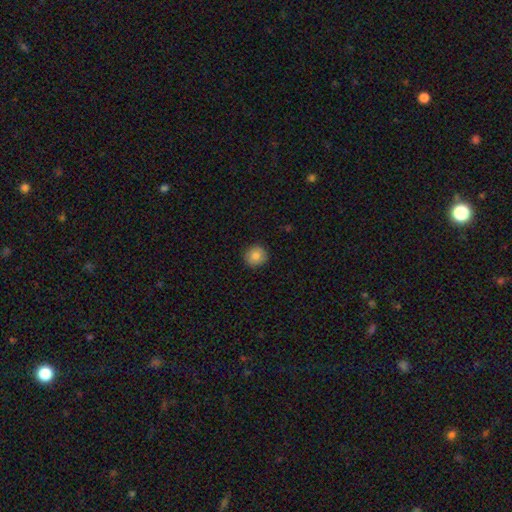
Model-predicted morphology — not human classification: Overall: smooth (83%). How rounded: round (90%). Merging: none (90%).